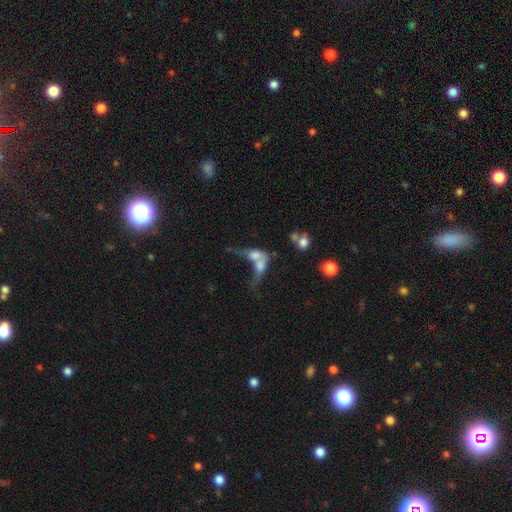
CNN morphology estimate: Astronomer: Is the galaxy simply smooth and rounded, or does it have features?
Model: smooth — 57%.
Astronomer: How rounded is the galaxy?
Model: in between — 71%.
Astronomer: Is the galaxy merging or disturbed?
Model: merger — 71%.